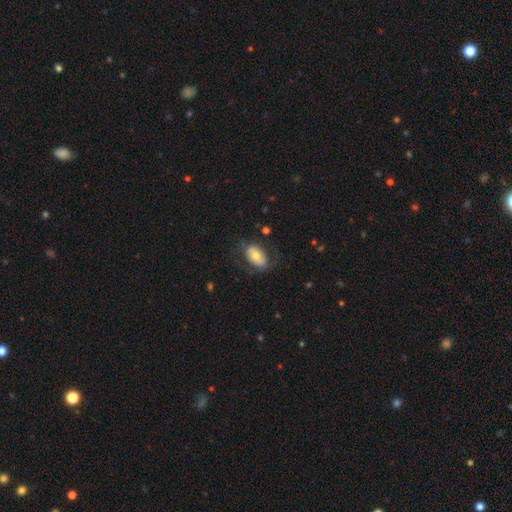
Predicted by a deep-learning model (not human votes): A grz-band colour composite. It shows a smooth galaxy with no disk features (62%) that is in between round and cigar-shaped (90%). Merging: none (65%).